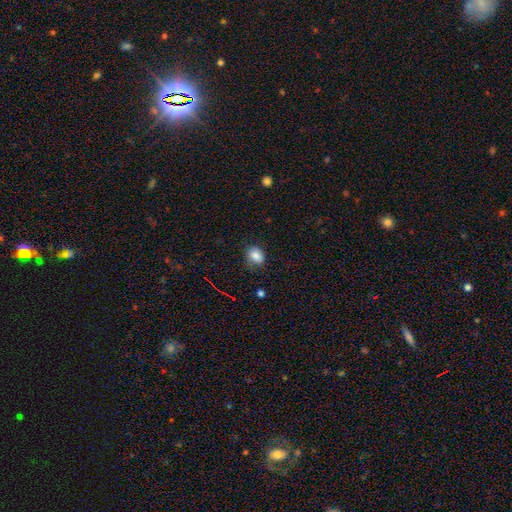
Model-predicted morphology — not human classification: Smooth or featured?
  - smooth: 83% *
  - star or artifact: 10%
  - featured or disk: 7%
How rounded?
  - in between: 60% *
  - round: 39%
  - cigar-shaped: 1%
Merging?
  - none: 75% *
  - minor disturbance: 19%
  - major disturbance: 4%
  - merger: 1%